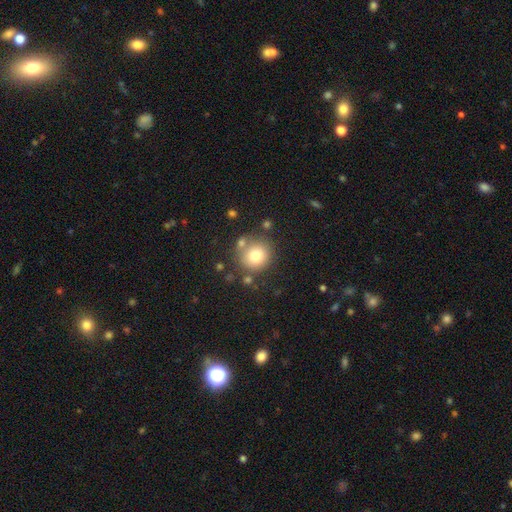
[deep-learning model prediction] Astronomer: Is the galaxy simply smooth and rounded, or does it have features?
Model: smooth — 76%.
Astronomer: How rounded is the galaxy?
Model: round — 91%.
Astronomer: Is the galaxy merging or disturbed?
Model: none — 74%.